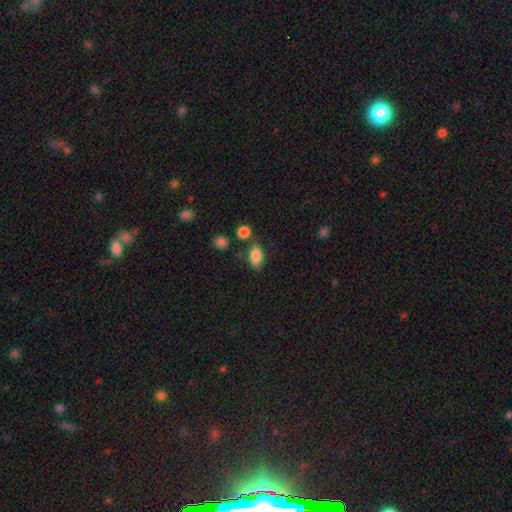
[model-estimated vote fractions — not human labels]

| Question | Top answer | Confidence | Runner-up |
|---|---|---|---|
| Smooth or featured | smooth | 85% | star or artifact (8%) |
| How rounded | in between | 89% | round (8%) |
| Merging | none | 74% | minor disturbance (14%) |